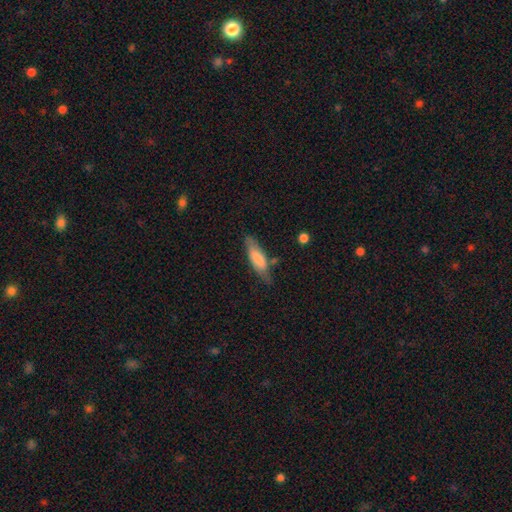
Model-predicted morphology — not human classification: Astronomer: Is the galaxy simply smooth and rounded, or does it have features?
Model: smooth — 67%.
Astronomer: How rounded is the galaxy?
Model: cigar-shaped — 56% (runner-up: in between, 42%).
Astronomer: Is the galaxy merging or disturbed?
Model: none — 69%.